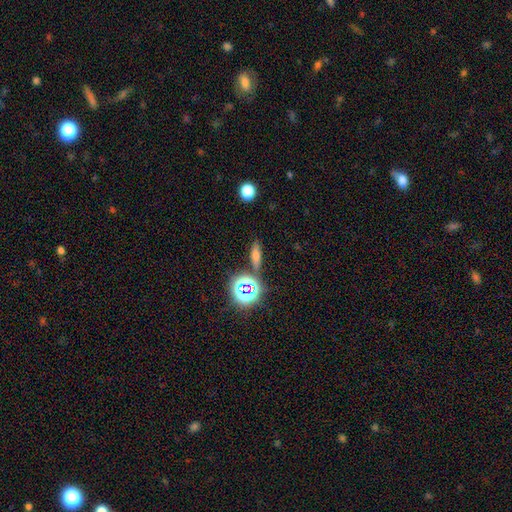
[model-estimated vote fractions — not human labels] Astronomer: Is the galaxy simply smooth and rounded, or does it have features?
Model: smooth — 56%.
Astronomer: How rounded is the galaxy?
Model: cigar-shaped — 52% (runner-up: in between, 36%).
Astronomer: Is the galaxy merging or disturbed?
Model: none — 82%.